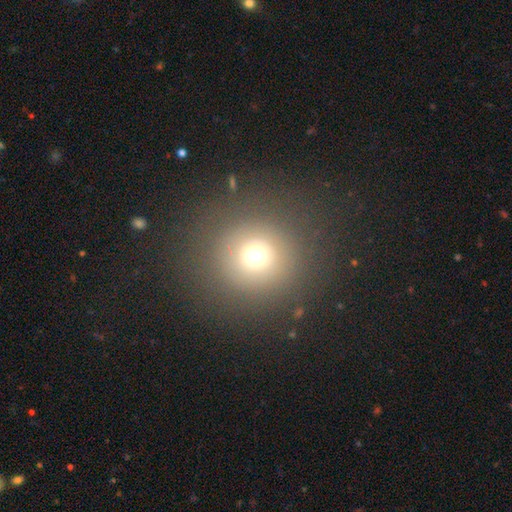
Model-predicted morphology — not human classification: smooth-or-featured: smooth: 67% | star or artifact: 21% | featured or disk: 11%
  how-rounded: round: 95% | in between: 4% | cigar-shaped: 1%
  merging: none: 84% | minor disturbance: 7% | major disturbance: 6% | merger: 2%